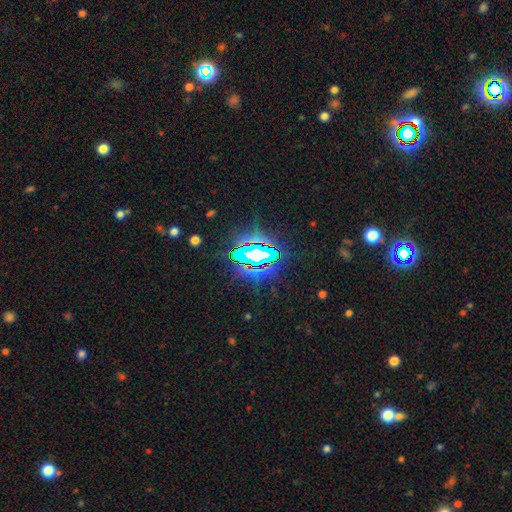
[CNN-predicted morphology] Overall: star or artifact (74%).